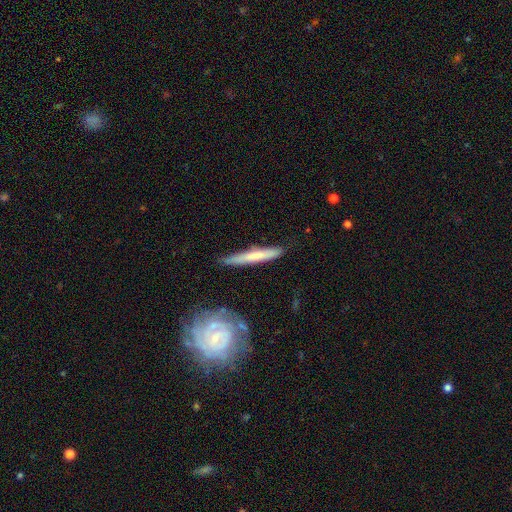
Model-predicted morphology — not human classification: smooth-or-featured: smooth: 53% | featured or disk: 41% | star or artifact: 5%
  how-rounded: cigar-shaped: 94% | in between: 4% | round: 2%
  merging: none: 79% | minor disturbance: 15% | major disturbance: 3% | merger: 3%